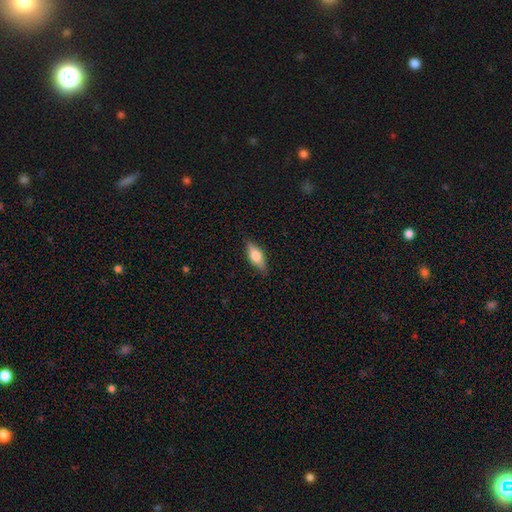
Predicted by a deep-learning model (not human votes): smooth_or_featured: smooth (p=0.60) [alt: featured or disk p=0.33]
how_rounded: in between (p=0.69) [alt: cigar-shaped p=0.28]
merging: none (p=0.85) [alt: minor disturbance p=0.11]